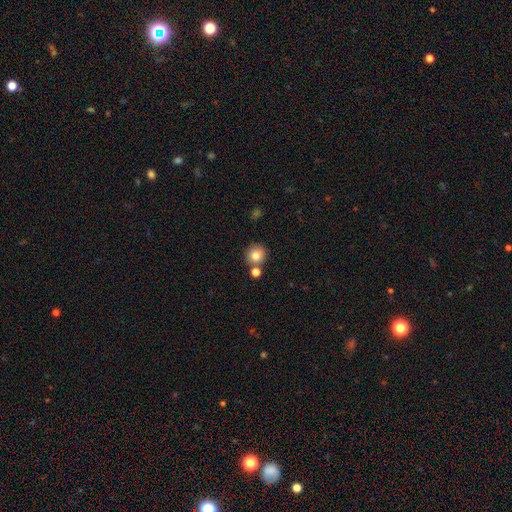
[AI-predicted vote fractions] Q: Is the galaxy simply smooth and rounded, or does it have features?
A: smooth — 80%.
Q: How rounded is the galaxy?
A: round — 91%.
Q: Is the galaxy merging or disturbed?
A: none — 75%.